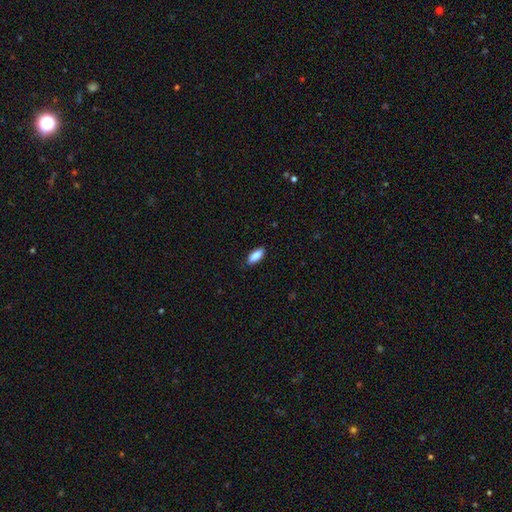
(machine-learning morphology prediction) This appears to be a smooth galaxy with no disk features (89%) that is in between round and cigar-shaped (78%). Merging: none (85%).